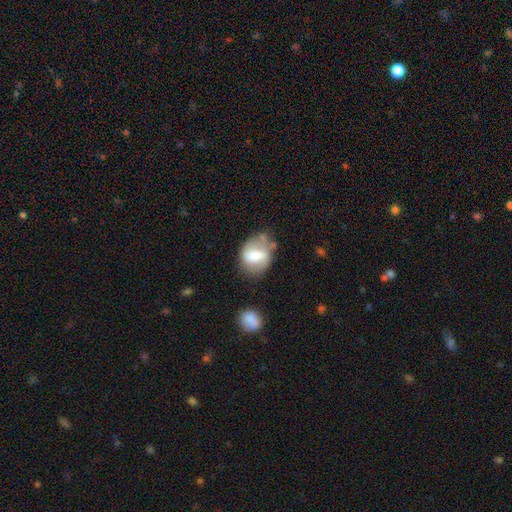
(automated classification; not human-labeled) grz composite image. It shows a smooth galaxy with no disk features (54%) that is in between round and cigar-shaped (58%). Merging: none (50%).